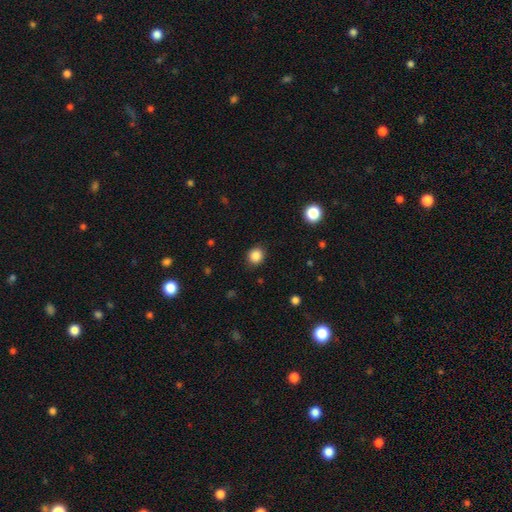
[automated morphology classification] type=smooth (86%); roundness=round (85%); merging=none (89%).